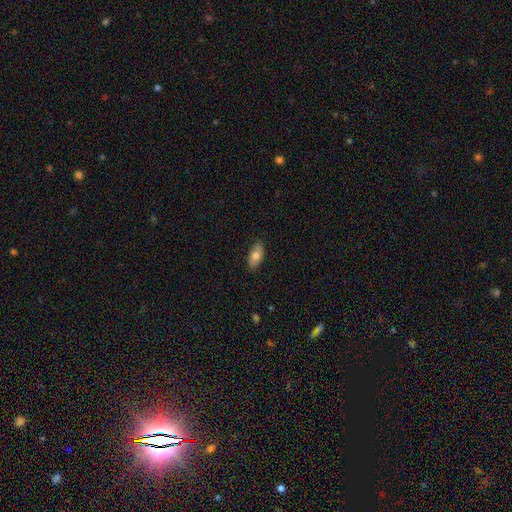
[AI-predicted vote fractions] Morphology: type=smooth (75%); roundness=in between (90%); merging=none (87%).